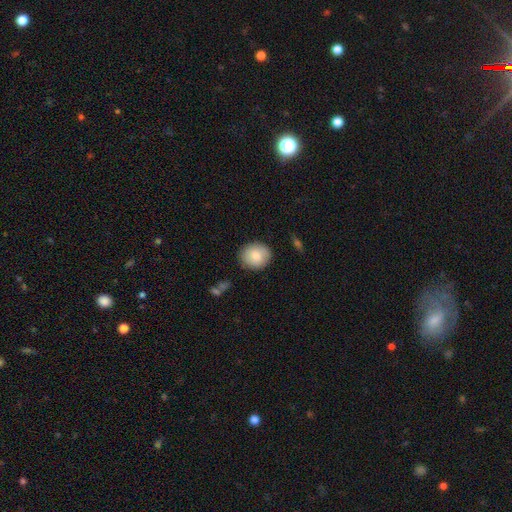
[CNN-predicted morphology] Smooth or featured?
  - smooth: 83% *
  - featured or disk: 10%
  - star or artifact: 7%
How rounded?
  - round: 77% *
  - in between: 22%
  - cigar-shaped: 1%
Merging?
  - none: 87% *
  - minor disturbance: 9%
  - major disturbance: 2%
  - merger: 1%